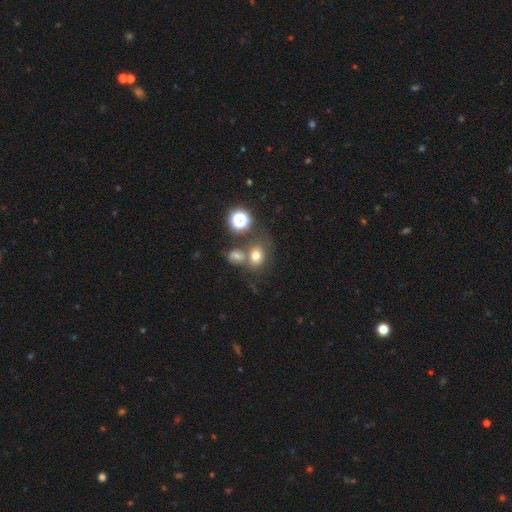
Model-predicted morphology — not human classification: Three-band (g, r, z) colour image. It shows a smooth galaxy with no disk features (69%) that is in between round and cigar-shaped (50%). Merging: none (53%).